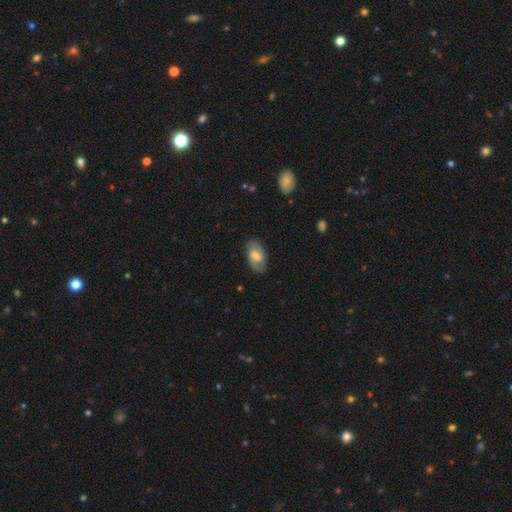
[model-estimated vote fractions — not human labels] This is possibly a smooth galaxy (49%). Merging: likely none (79%).